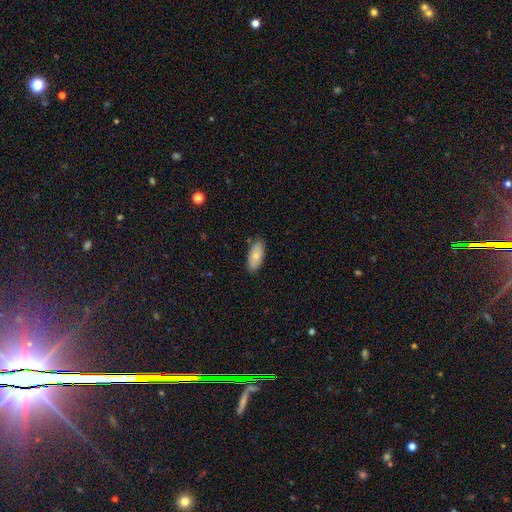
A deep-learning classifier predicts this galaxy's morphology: smooth 77%, featured or disk 16%, star or artifact 6%. Down the decision tree: how rounded — in between (88%); merging — none (84%).